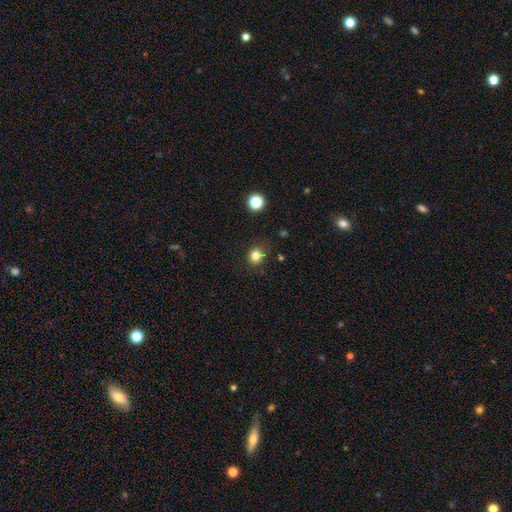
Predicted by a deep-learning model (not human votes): smooth-or-featured: smooth: 82% | star or artifact: 13% | featured or disk: 5%
  how-rounded: round: 81% | in between: 18% | cigar-shaped: 1%
  merging: none: 84% | minor disturbance: 11% | major disturbance: 3% | merger: 2%